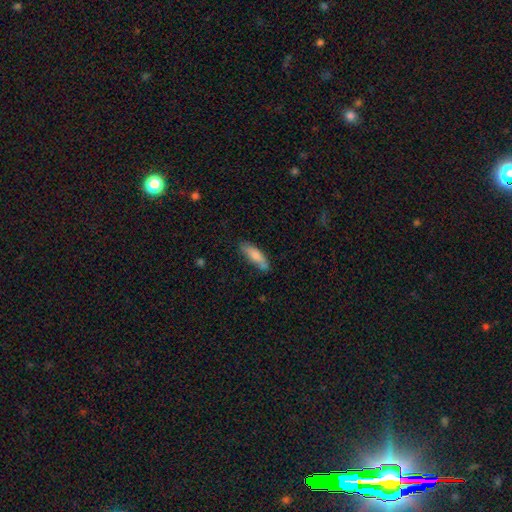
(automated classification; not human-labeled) Q: Smooth or featured?
A: smooth (79%); runner-up: featured or disk (15%)
Q: How rounded?
A: in between (51%); runner-up: cigar-shaped (47%)
Q: Merging?
A: none (69%); runner-up: minor disturbance (22%)